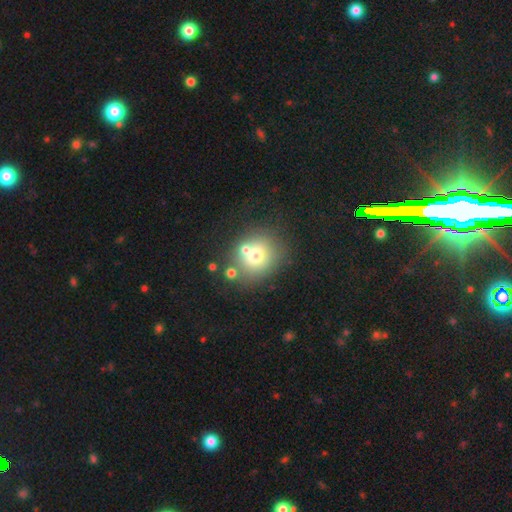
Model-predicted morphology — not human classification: The model was most divided on "merging": none: 59%, merger: 23%, minor disturbance: 12%, major disturbance: 6%. More confident: how rounded — round (79%); smooth or featured — smooth (66%).